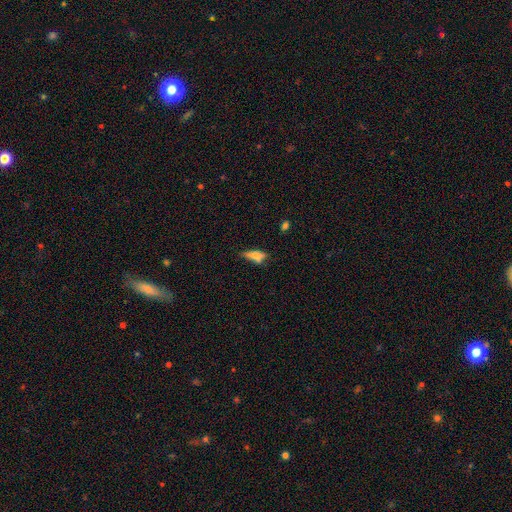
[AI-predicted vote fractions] Overall: smooth (63%; featured or disk 26%). How rounded: in between (62%; cigar-shaped 33%). Merging: none (41%; minor disturbance 32%).